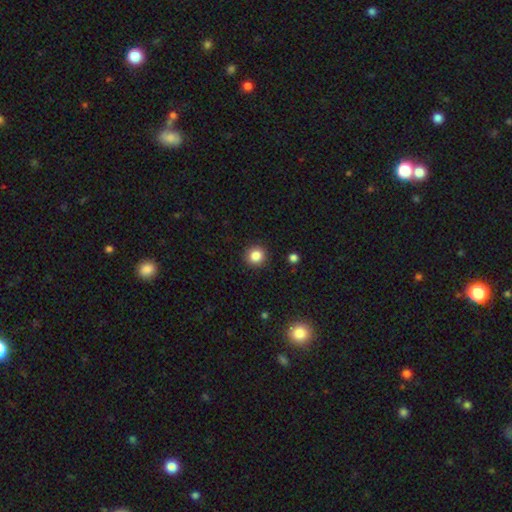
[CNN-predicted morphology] Q: Smooth or featured?
A: smooth (85%); runner-up: star or artifact (11%)
Q: How rounded?
A: round (92%); runner-up: in between (7%)
Q: Merging?
A: none (92%); runner-up: minor disturbance (5%)